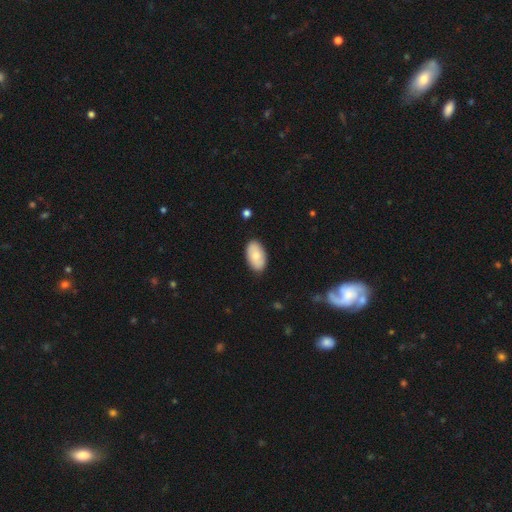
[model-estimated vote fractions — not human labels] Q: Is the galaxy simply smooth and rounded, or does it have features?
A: smooth — 75%.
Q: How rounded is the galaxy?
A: in between — 95%.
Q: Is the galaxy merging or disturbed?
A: none — 87%.